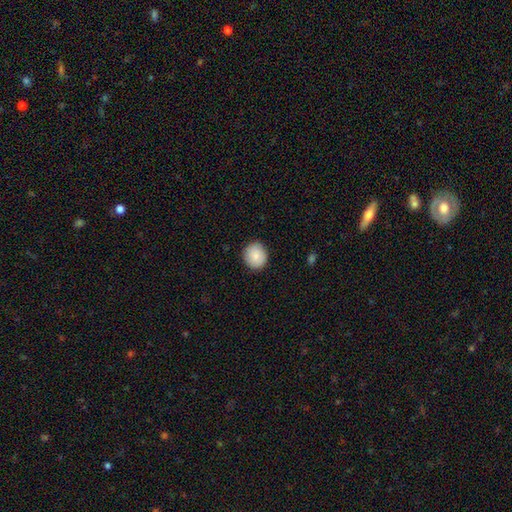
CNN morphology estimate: smooth 87%, star or artifact 7%, featured or disk 6%. Down the decision tree: how rounded — round (84%); merging — none (89%).